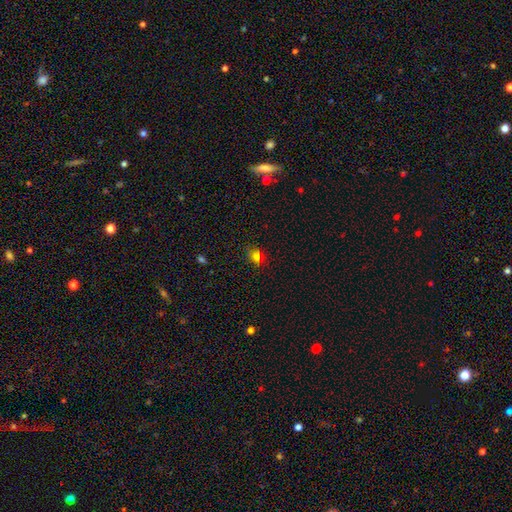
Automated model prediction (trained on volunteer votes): A smooth galaxy with no disk features (66%) that is round (52%).

Vote fractions:
- Smooth or featured? smooth: 66% / star or artifact: 26% / featured or disk: 7%
- How rounded? round: 52% / in between: 46% / cigar-shaped: 2%
- Merging? none: 80% / minor disturbance: 13% / major disturbance: 4% / merger: 3%